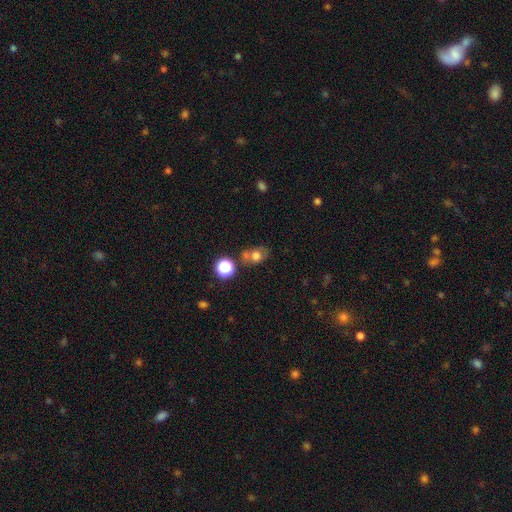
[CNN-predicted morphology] This is likely a smooth galaxy (64%). How rounded: possibly in between (54%). Merging: possibly none (53%).